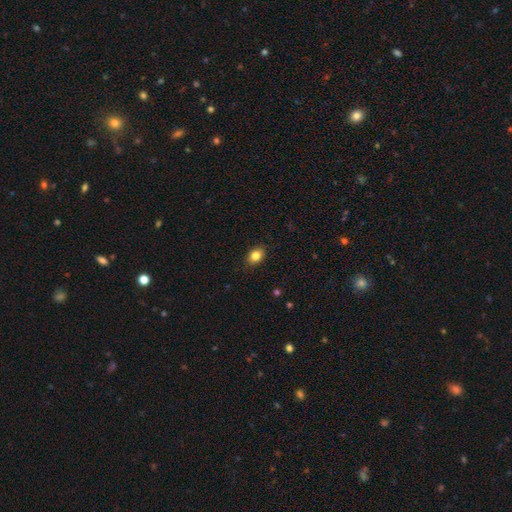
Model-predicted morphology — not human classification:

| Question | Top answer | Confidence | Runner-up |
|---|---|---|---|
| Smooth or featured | smooth | 83% | star or artifact (10%) |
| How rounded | in between | 69% | round (30%) |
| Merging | none | 87% | minor disturbance (10%) |